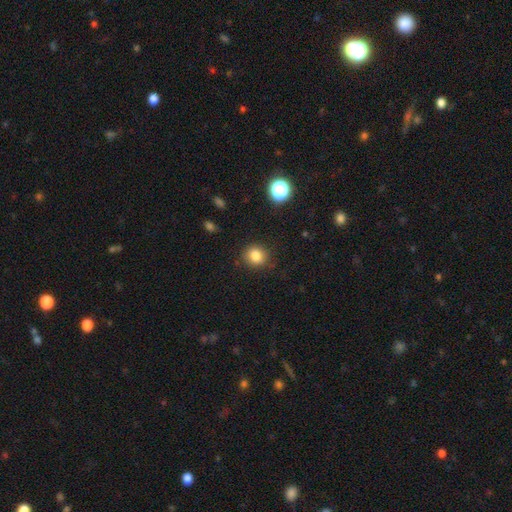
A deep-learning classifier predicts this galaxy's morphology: Q: Smooth or featured?
A: smooth (83%); runner-up: star or artifact (12%)
Q: How rounded?
A: round (81%); runner-up: in between (18%)
Q: Merging?
A: none (87%); runner-up: minor disturbance (9%)